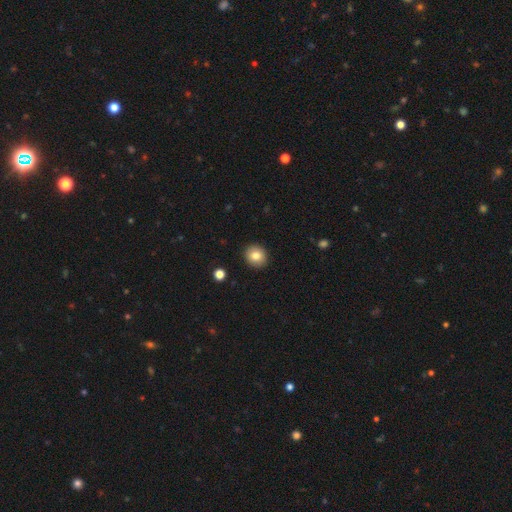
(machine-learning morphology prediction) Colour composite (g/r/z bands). It shows a smooth galaxy with no disk features (82%) that is round (85%). Merging: none (92%).